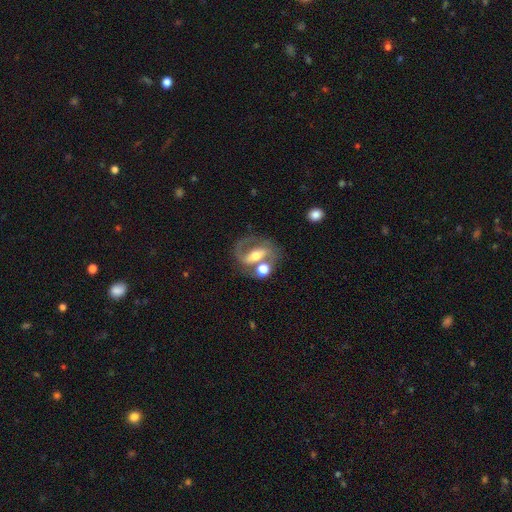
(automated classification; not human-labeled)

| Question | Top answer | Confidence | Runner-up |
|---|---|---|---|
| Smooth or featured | featured or disk | 75% | smooth (17%) |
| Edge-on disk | no | 94% | yes (6%) |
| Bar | strong | 51% | weak (29%) |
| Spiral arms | yes | 82% | no (18%) |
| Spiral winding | medium | 49% | loose (25%) |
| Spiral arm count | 2 | 74% | 1 (17%) |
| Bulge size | moderate | 63% | small (23%) |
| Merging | none | 51% | merger (23%) |